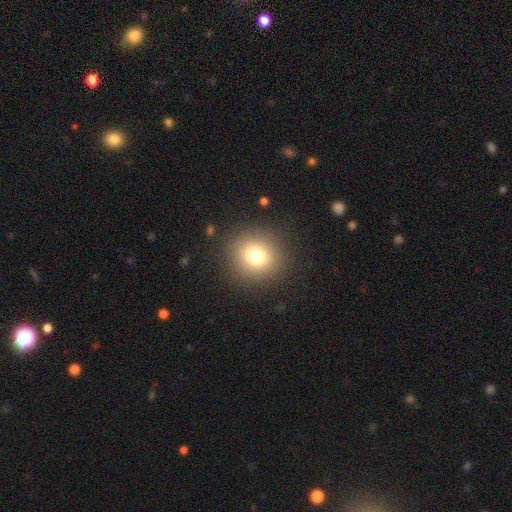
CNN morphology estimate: This appears to be a smooth galaxy with no disk features (75%) that is round (91%). Merging: none (89%).